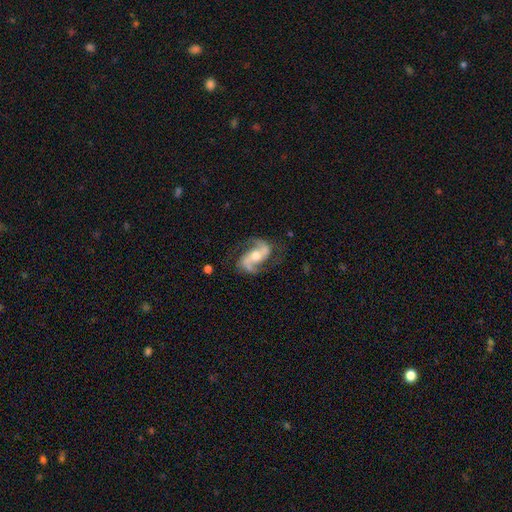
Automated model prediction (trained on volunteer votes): featured or disk 88%, smooth 7%, star or artifact 5%. Down the decision tree: edge-on disk — no (97%); bar — no (40%); spiral arms — yes (97%); spiral arm count — 2 (91%); spiral winding — medium (48%); bulge size — moderate (63%); merging — none (72%).